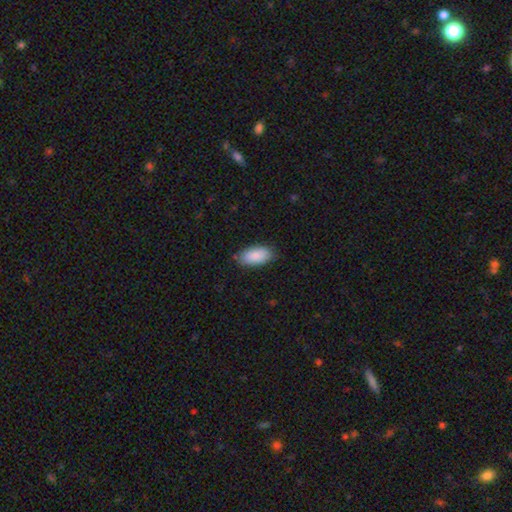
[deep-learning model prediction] smooth-or-featured: smooth: 89% | star or artifact: 6% | featured or disk: 5%
  how-rounded: in between: 93% | cigar-shaped: 4% | round: 2%
  merging: none: 81% | minor disturbance: 15% | major disturbance: 3% | merger: 1%